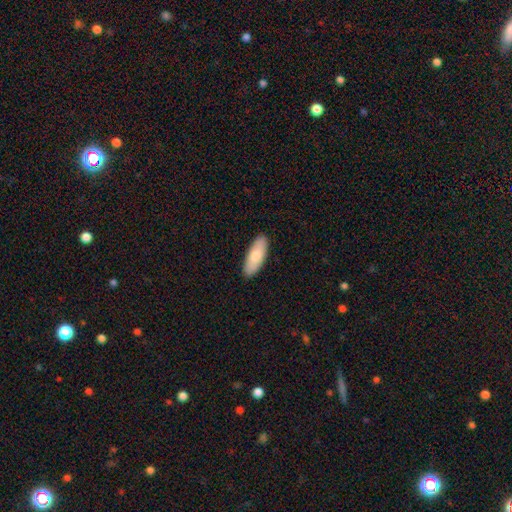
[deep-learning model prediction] This appears to be a smooth galaxy with no disk features (81%) that is in between round and cigar-shaped (73%). Merging: none (90%).